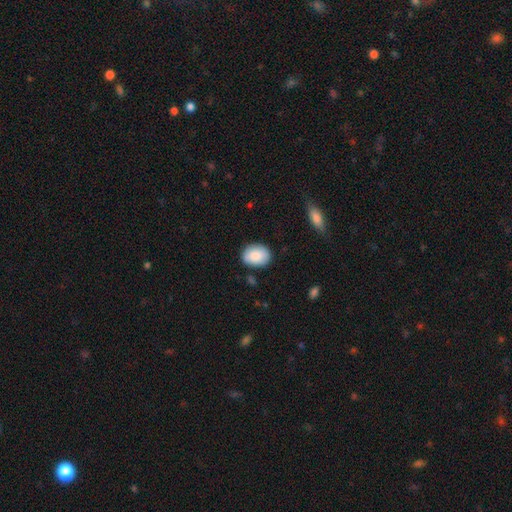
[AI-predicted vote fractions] A smooth galaxy with no disk features (86%) that is in between round and cigar-shaped (65%).

Vote fractions:
- Smooth or featured? smooth: 86% / featured or disk: 7% / star or artifact: 7%
- How rounded? in between: 65% / round: 34% / cigar-shaped: 1%
- Merging? none: 82% / minor disturbance: 13% / major disturbance: 3% / merger: 2%